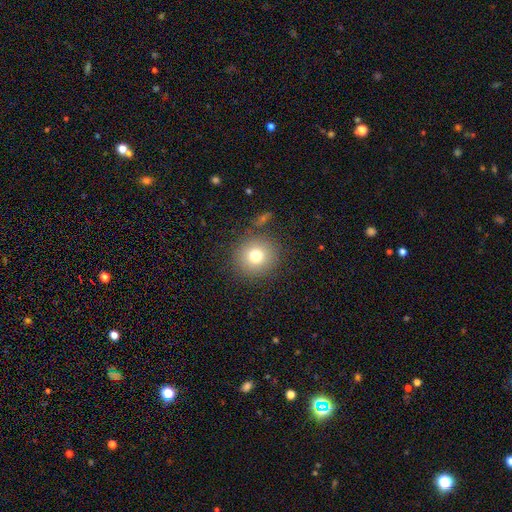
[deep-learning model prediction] This is likely a smooth galaxy (76%). How rounded: clearly round (91%). Merging: clearly none (86%).